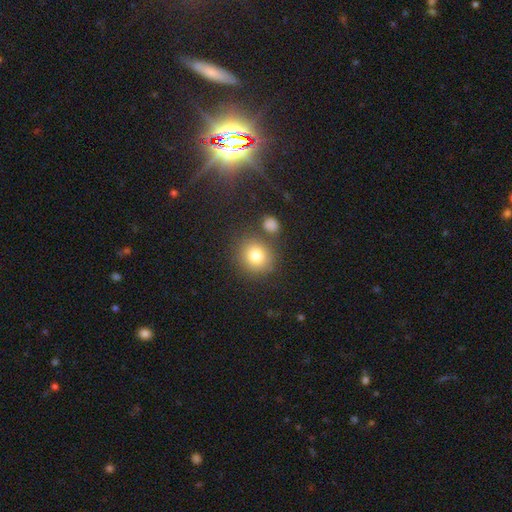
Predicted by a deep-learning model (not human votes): This is clearly a smooth galaxy (81%). How rounded: clearly round (84%). Merging: likely none (76%).